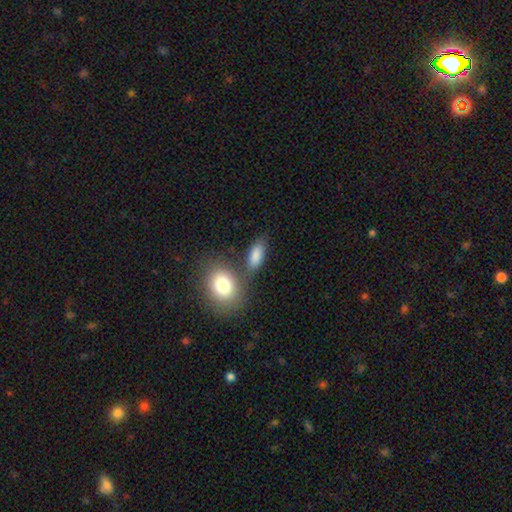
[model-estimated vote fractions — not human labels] Smooth or featured? smooth (84%)
How rounded? in between (83%)
Merging? none (60%)